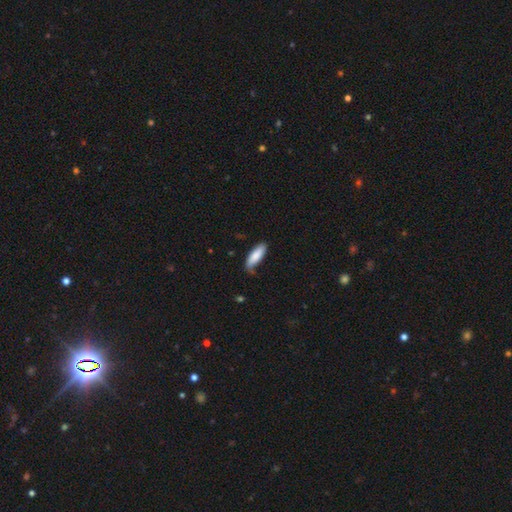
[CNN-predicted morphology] Smooth or featured? smooth (83%)
How rounded? in between (57%)
Merging? none (57%)